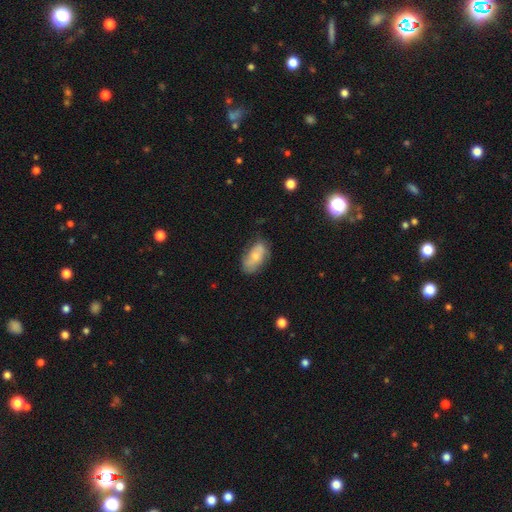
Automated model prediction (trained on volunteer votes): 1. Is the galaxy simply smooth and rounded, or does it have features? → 64% smooth, 29% featured or disk, 7% star or artifact.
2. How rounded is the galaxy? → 91% in between, 4% cigar-shaped, 4% round.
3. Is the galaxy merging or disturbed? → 63% none, 27% minor disturbance, 8% major disturbance, 2% merger.